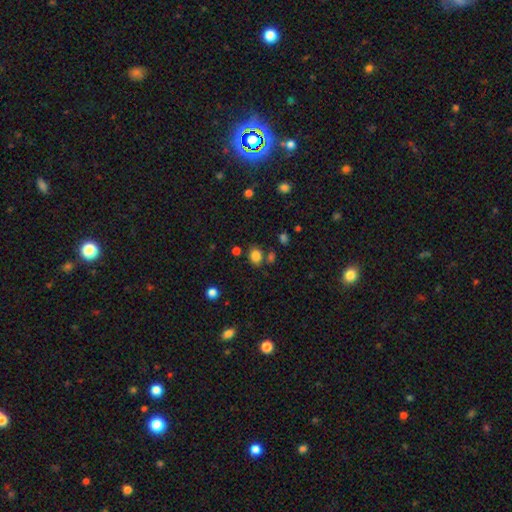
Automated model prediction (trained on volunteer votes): smooth_or_featured: smooth (p=0.82) [alt: star or artifact p=0.13]
how_rounded: round (p=0.52) [alt: in between p=0.47]
merging: none (p=0.73) [alt: minor disturbance p=0.12]